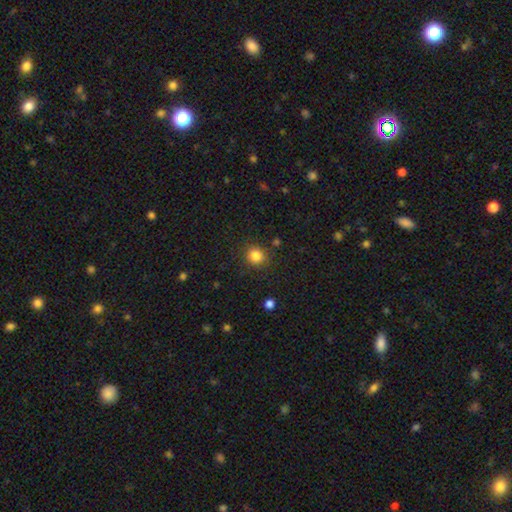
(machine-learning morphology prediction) This appears to be a smooth galaxy with no disk features (83%) that is round (90%). Merging: none (87%).